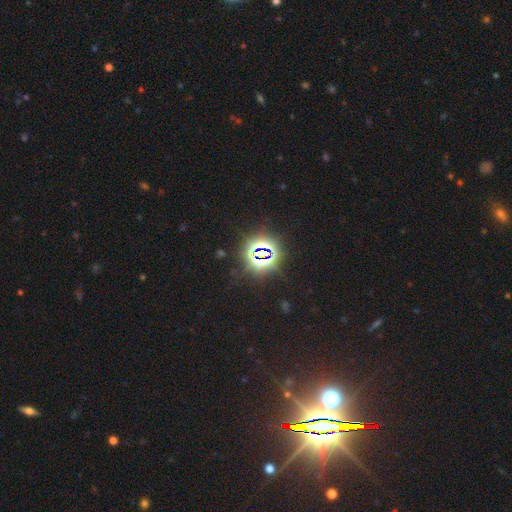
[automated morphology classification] Overall: star or artifact (79%).